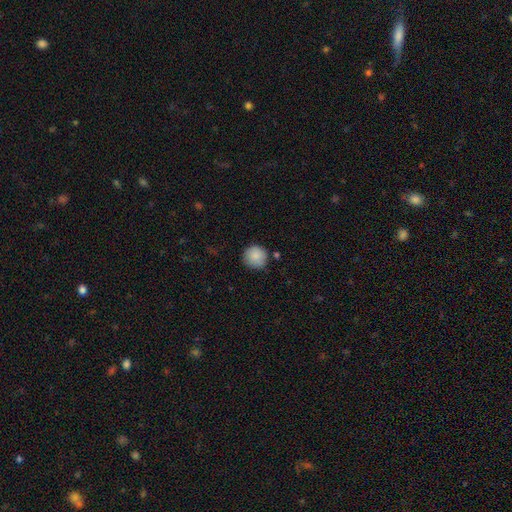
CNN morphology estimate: The model was most divided on "merging": none: 78%, minor disturbance: 16%, merger: 3%, major disturbance: 3%. More confident: how rounded — round (94%); smooth or featured — smooth (87%).